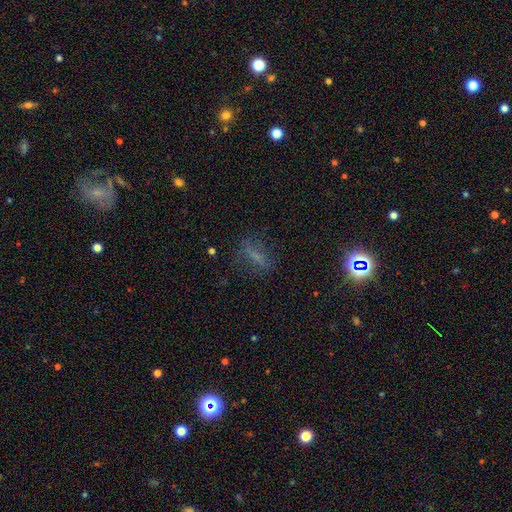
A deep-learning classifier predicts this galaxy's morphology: The model was most divided on "smooth or featured": smooth: 43%, star or artifact: 31%, featured or disk: 26%. More confident: merging — none (69%).